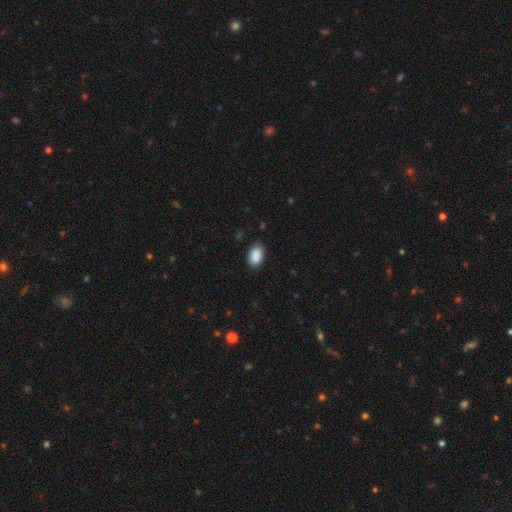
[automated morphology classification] smooth 90%, star or artifact 7%, featured or disk 4%. Down the decision tree: how rounded — in between (91%); merging — none (84%).